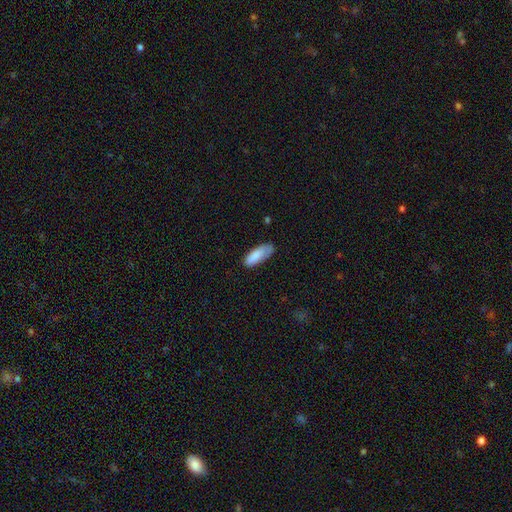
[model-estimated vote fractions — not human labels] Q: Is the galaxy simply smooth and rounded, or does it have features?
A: smooth — 84%.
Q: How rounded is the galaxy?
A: in between — 68%.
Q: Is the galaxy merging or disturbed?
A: none — 68%.